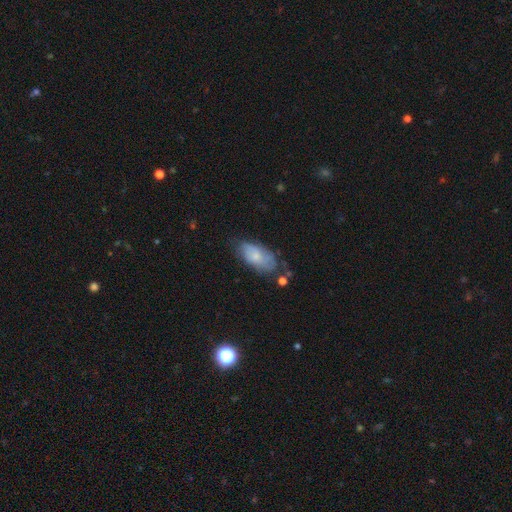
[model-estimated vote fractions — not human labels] A smooth galaxy with no disk features (61%) that is in between round and cigar-shaped (92%). Merging: none (51%).